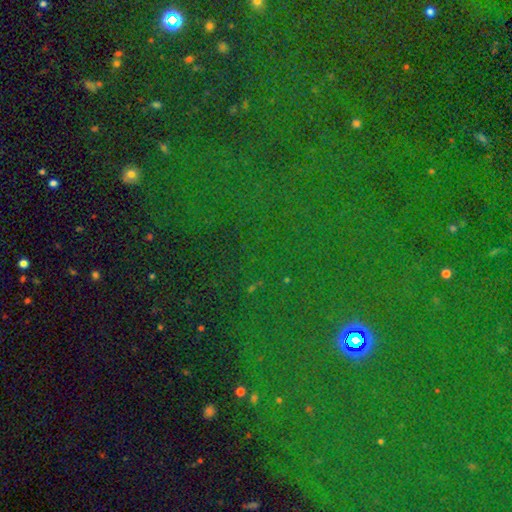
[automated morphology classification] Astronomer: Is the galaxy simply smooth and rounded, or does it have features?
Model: star or artifact — 80%.